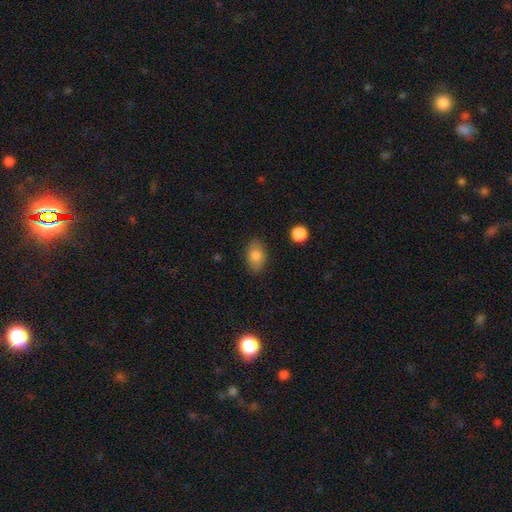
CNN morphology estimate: Overall: smooth (80%). How rounded: in between (87%). Merging: none (84%).